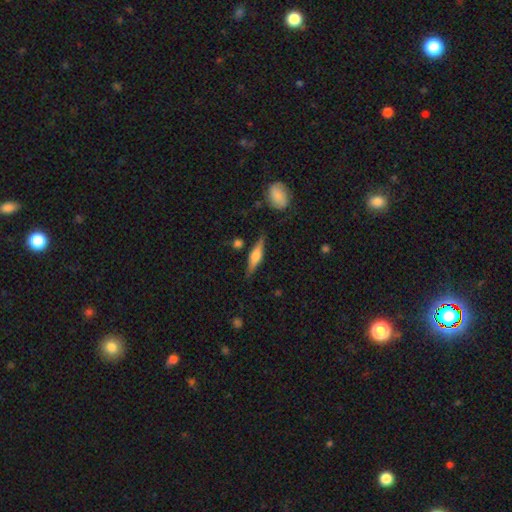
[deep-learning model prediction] Overall: featured or disk (59%; smooth 34%). Edge-on disk: yes (96%). Edge-on bulge: rounded (84%). Merging: none (84%).